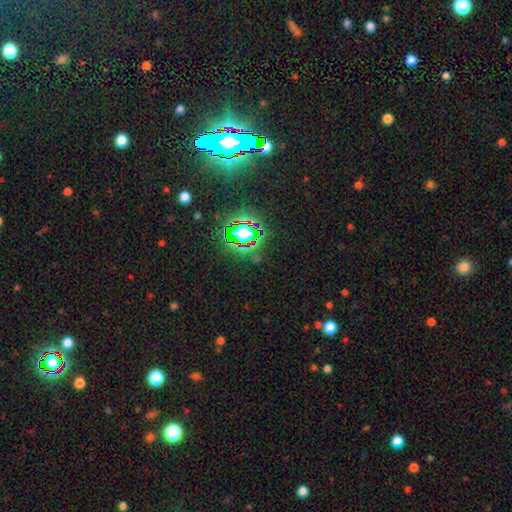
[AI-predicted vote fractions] A star or artifact, not a galaxy (77%).

Vote fractions:
- Smooth or featured? star or artifact: 77% / smooth: 14% / featured or disk: 9%